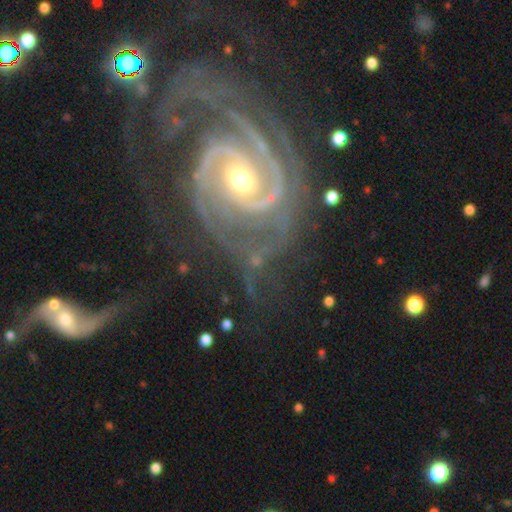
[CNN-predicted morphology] Q: Smooth or featured?
A: featured or disk (91%); runner-up: star or artifact (6%)
Q: Edge-on disk?
A: no (97%); runner-up: yes (3%)
Q: Bar?
A: no (58%); runner-up: weak (27%)
Q: Spiral arms?
A: yes (98%); runner-up: no (2%)
Q: Spiral winding?
A: tight (63%); runner-up: medium (31%)
Q: Spiral arm count?
A: 2 (41%); runner-up: 3 (23%)
Q: Bulge size?
A: moderate (68%); runner-up: small (24%)
Q: Merging?
A: none (58%); runner-up: minor disturbance (20%)